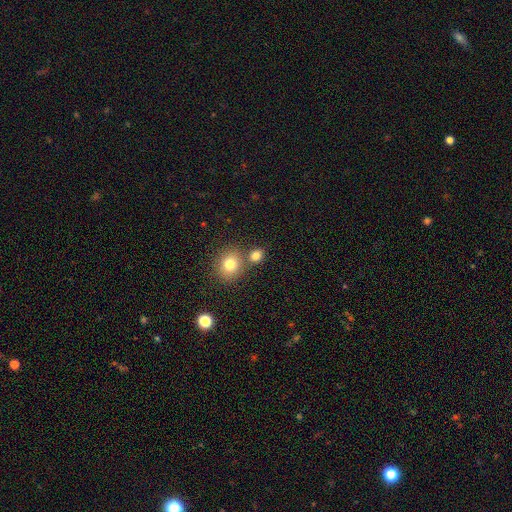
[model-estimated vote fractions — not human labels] The model was most divided on "how rounded": round: 65%, in between: 33%, cigar-shaped: 1%. More confident: smooth or featured — smooth (80%); merging — none (64%).